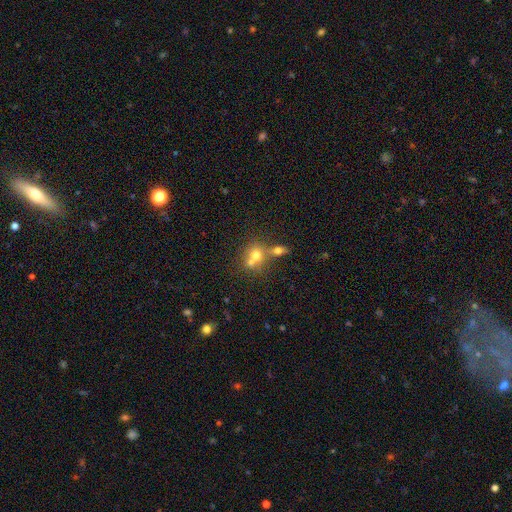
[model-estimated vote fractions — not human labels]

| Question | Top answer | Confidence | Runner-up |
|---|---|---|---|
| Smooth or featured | smooth | 66% | featured or disk (20%) |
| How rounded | round | 74% | in between (25%) |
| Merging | merger | 55% | none (33%) |